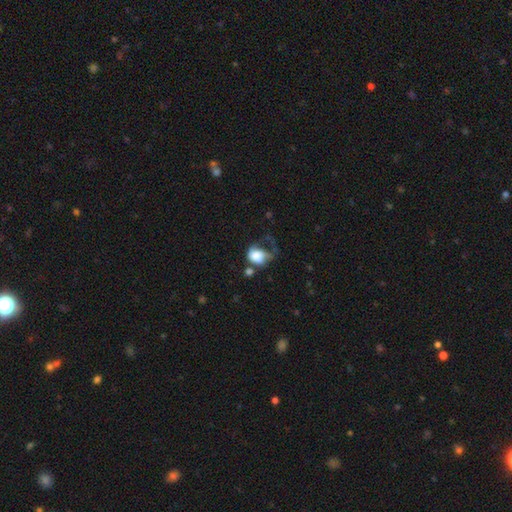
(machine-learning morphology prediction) Smooth or featured? smooth (66%)
How rounded? in between (56%)
Merging? major disturbance (51%)